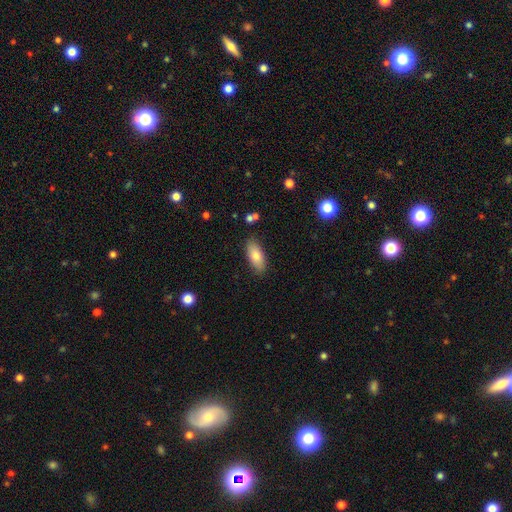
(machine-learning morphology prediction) The model was most divided on "smooth or featured": smooth: 79%, featured or disk: 14%, star or artifact: 7%. More confident: merging — none (85%); how rounded — in between (84%).